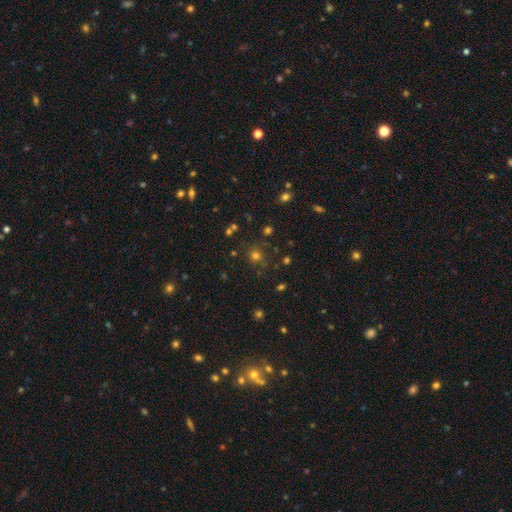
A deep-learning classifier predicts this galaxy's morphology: Smooth or featured?
  - smooth: 66% *
  - star or artifact: 27%
  - featured or disk: 7%
How rounded?
  - round: 90% *
  - in between: 9%
  - cigar-shaped: 1%
Merging?
  - none: 81% *
  - minor disturbance: 10%
  - merger: 4%
  - major disturbance: 4%